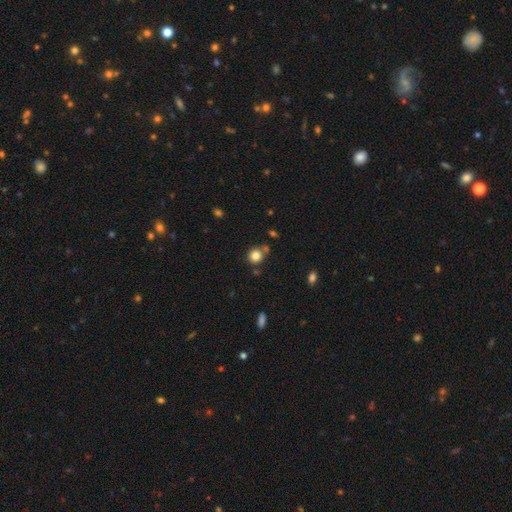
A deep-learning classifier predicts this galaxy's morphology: This is clearly a smooth galaxy (83%). How rounded: clearly round (85%). Merging: likely none (73%).